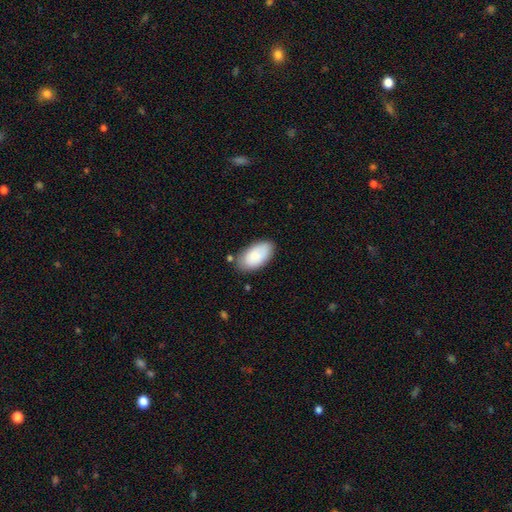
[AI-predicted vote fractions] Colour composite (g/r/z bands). It shows a smooth galaxy with no disk features (84%) that is in between round and cigar-shaped (95%). Merging: none (76%).